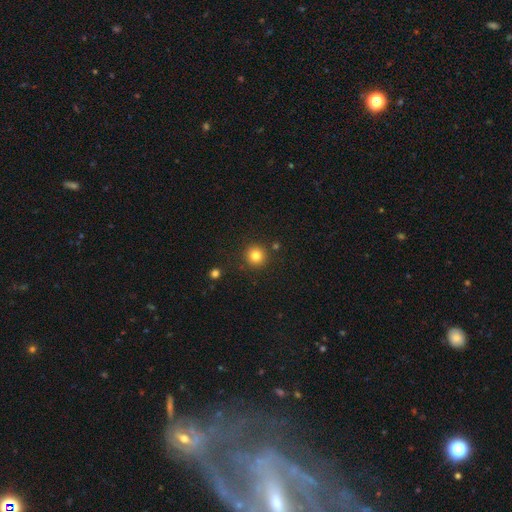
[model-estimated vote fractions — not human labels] smooth 82%, star or artifact 12%, featured or disk 6%. Down the decision tree: how rounded — round (94%); merging — none (89%).